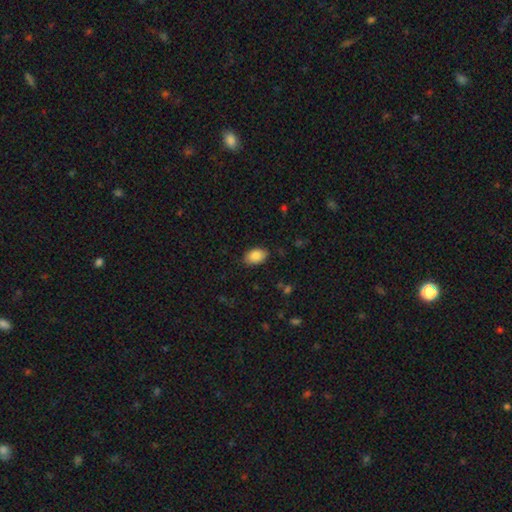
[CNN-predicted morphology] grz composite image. It shows a smooth galaxy with no disk features (87%) that is in between round and cigar-shaped (90%). Merging: none (84%).